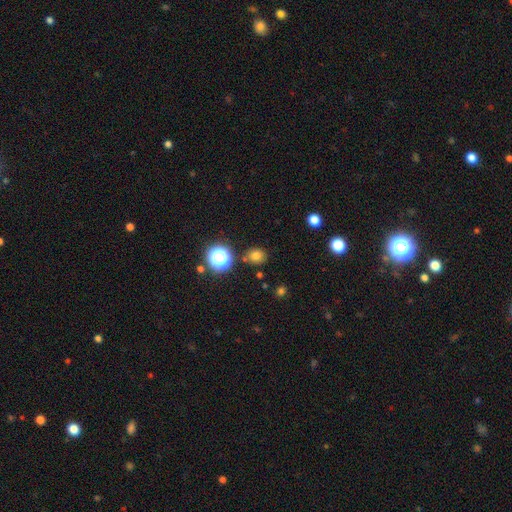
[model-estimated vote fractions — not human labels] smooth-or-featured: smooth: 75% | star or artifact: 19% | featured or disk: 6%
  how-rounded: round: 72% | in between: 27% | cigar-shaped: 1%
  merging: none: 83% | minor disturbance: 10% | merger: 4% | major disturbance: 3%